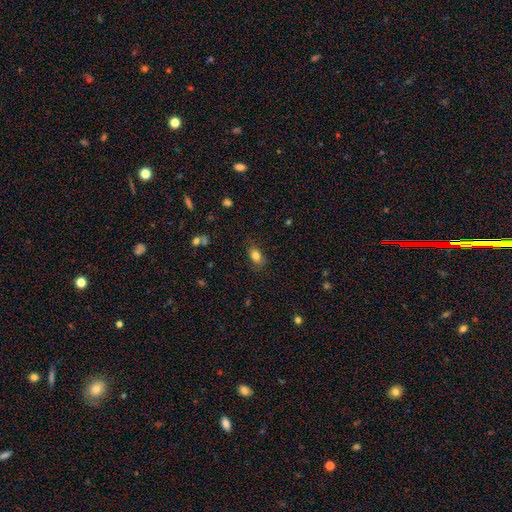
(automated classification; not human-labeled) This is clearly a smooth galaxy (82%). How rounded: clearly in between (81%). Merging: likely none (78%).